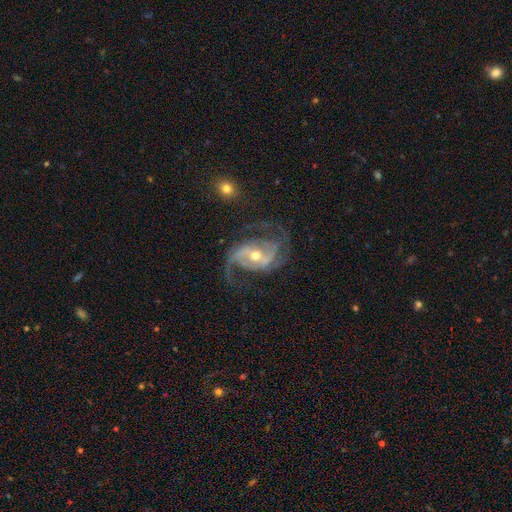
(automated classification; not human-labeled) Smooth or featured? featured or disk (91%)
Edge-on disk? no (97%)
Bar? weak (39%)
Spiral arms? yes (97%)
Spiral winding? medium (48%)
Spiral arm count? 2 (73%)
Bulge size? moderate (62%)
Merging? none (64%)